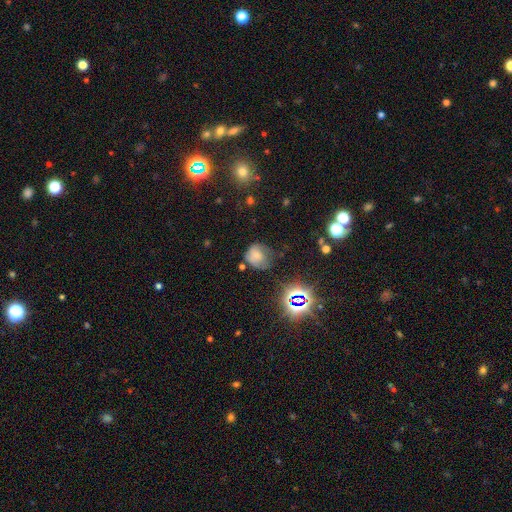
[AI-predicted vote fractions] This is likely a smooth galaxy (62%). How rounded: likely round (67%). Merging: marginally none (44%).